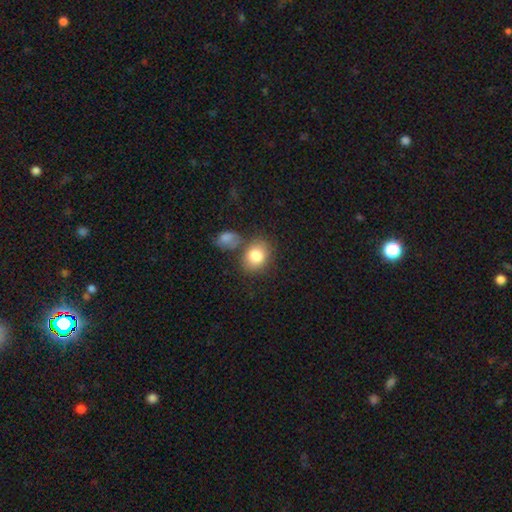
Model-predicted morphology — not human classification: Smooth or featured?
  - smooth: 81% *
  - featured or disk: 11%
  - star or artifact: 8%
How rounded?
  - in between: 51% *
  - round: 48%
  - cigar-shaped: 1%
Merging?
  - none: 63% *
  - merger: 18%
  - minor disturbance: 14%
  - major disturbance: 5%